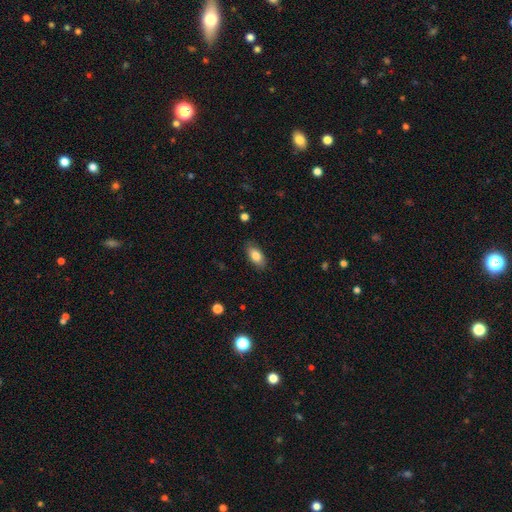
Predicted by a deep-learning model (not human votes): Smooth or featured: smooth — 83% (featured or disk — 9%)
How rounded: in between — 90% (cigar-shaped — 6%)
Merging: none — 85% (minor disturbance — 11%)